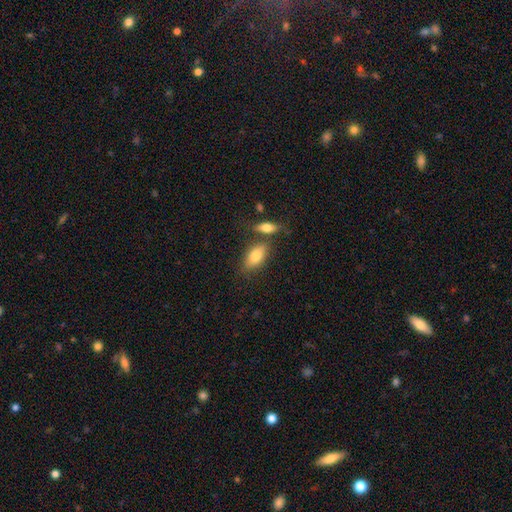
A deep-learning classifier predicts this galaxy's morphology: A smooth galaxy with no disk features (79%) that is in between round and cigar-shaped (87%). Merging: none (63%).